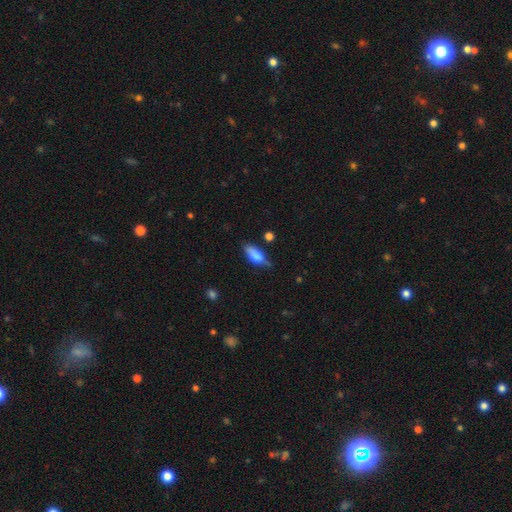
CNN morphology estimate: Q: Smooth or featured?
A: smooth (75%); runner-up: featured or disk (18%)
Q: How rounded?
A: in between (73%); runner-up: cigar-shaped (24%)
Q: Merging?
A: none (50%); runner-up: minor disturbance (36%)